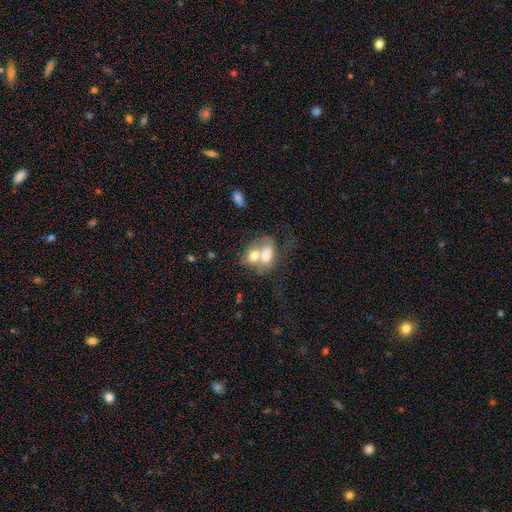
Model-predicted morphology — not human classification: smooth_or_featured: smooth (p=0.58) [alt: featured or disk p=0.32]
how_rounded: in between (p=0.74) [alt: round p=0.24]
merging: merger (p=0.71) [alt: none p=0.13]